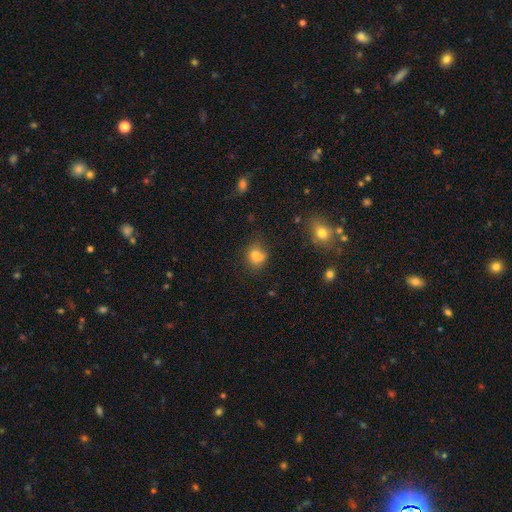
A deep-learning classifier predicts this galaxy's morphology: Smooth or featured? Predicted: smooth (p=0.74). How rounded? Predicted: round (p=0.72). Merging? Predicted: none (p=0.55).